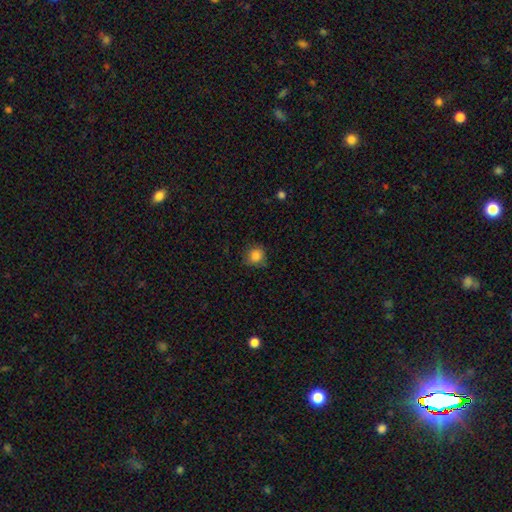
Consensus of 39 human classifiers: smooth 87%, star or artifact 8%, featured or disk 5%. Down the decision tree: how rounded — round (94%); merging — none (92%).